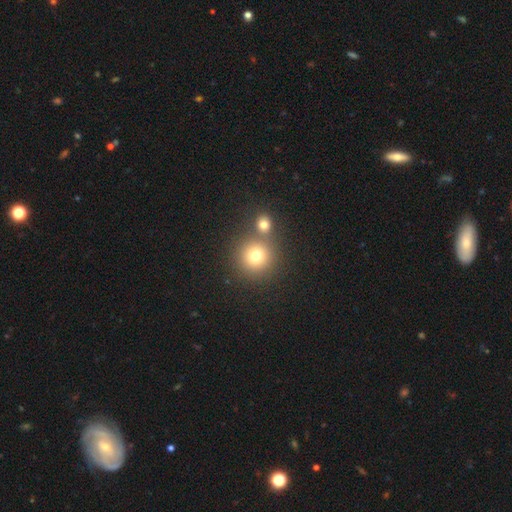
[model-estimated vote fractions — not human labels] Smooth or featured?
  - smooth: 74% *
  - star or artifact: 16%
  - featured or disk: 10%
How rounded?
  - round: 92% *
  - in between: 7%
  - cigar-shaped: 1%
Merging?
  - none: 67% *
  - merger: 24%
  - minor disturbance: 7%
  - major disturbance: 3%